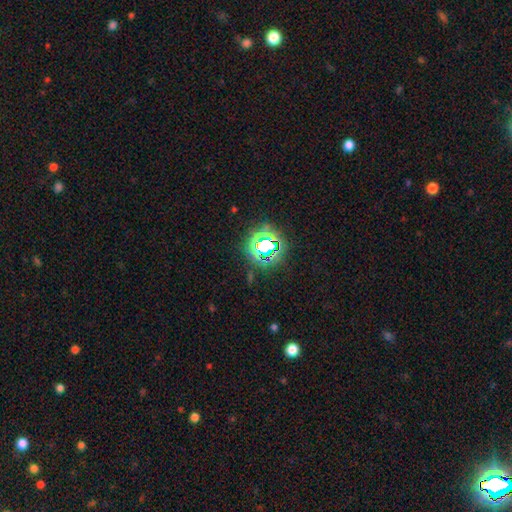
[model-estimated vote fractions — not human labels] smooth-or-featured: star or artifact: 78% | smooth: 14% | featured or disk: 7%